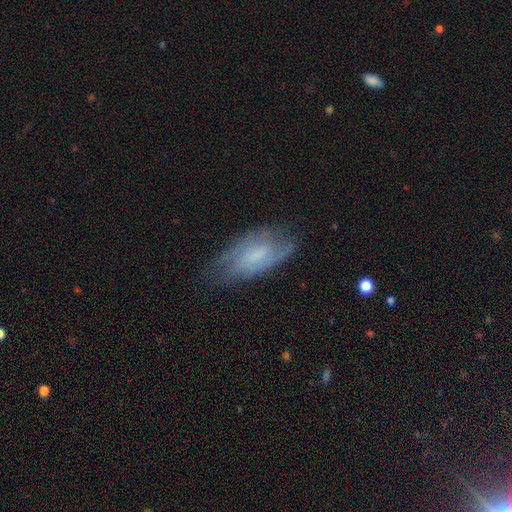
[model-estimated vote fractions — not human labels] This is possibly a featured or disk galaxy (58%). It is clearly not viewed edge-on (90%). Bar: possibly no (47%). Spiral arm pattern: clearly yes (81%). Central bulge: marginally small (37%). Merging: likely none (65%).